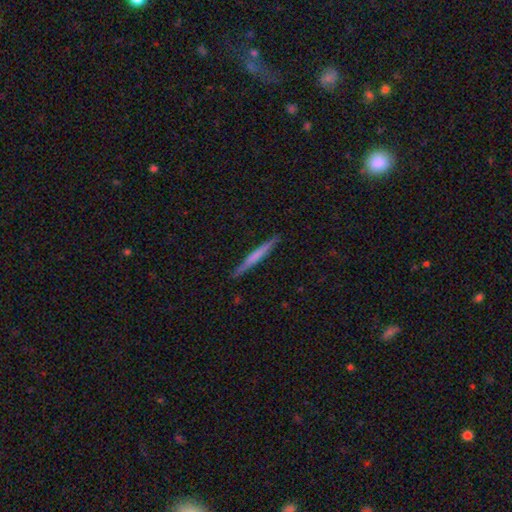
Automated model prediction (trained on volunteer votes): Smooth or featured? smooth (53%)
How rounded? cigar-shaped (97%)
Merging? none (90%)